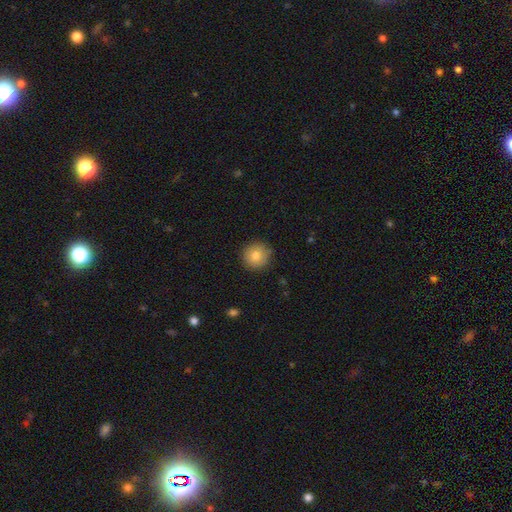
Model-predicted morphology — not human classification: Smooth or featured: smooth — 81% (featured or disk — 10%)
How rounded: round — 93% (in between — 6%)
Merging: none — 89% (minor disturbance — 8%)